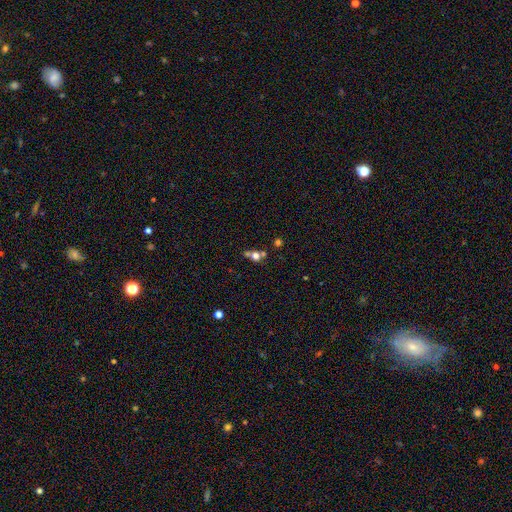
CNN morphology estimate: Smooth or featured? Predicted: smooth (p=0.63). How rounded? Predicted: round (p=0.77). Merging? Predicted: none (p=0.47).